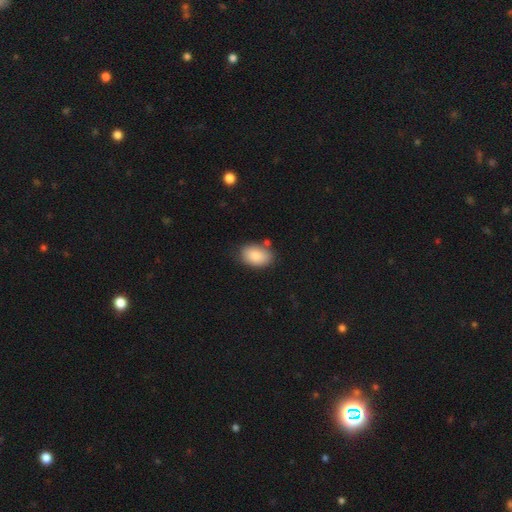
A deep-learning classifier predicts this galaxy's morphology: Smooth or featured? smooth (86%)
How rounded? in between (89%)
Merging? none (75%)